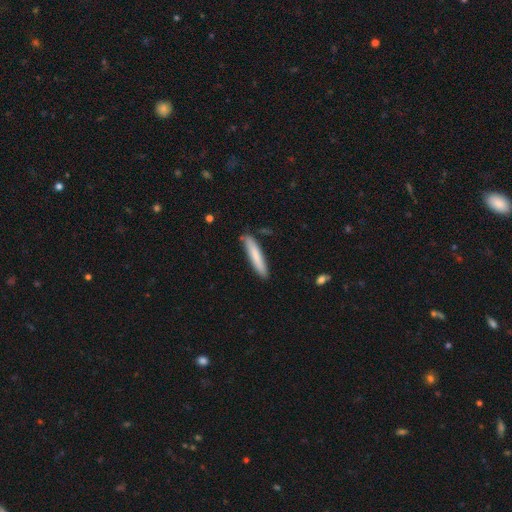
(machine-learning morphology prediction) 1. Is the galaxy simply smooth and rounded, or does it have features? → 78% smooth, 17% featured or disk, 5% star or artifact.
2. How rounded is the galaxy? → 92% cigar-shaped, 7% in between, 1% round.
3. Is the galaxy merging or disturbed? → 85% none, 11% minor disturbance, 2% merger, 2% major disturbance.